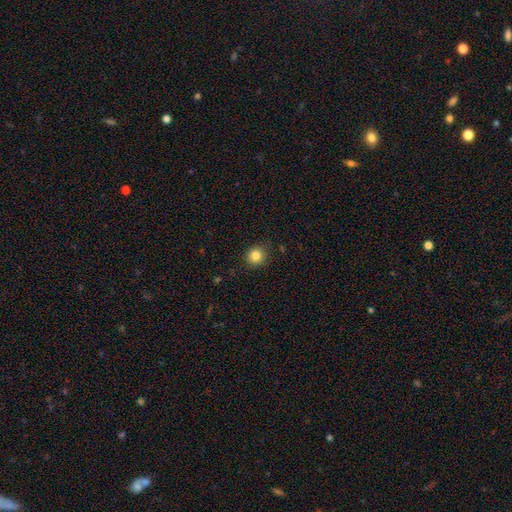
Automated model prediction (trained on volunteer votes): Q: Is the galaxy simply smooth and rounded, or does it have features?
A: smooth — 83%.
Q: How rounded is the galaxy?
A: round — 88%.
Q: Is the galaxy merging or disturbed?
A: none — 87%.